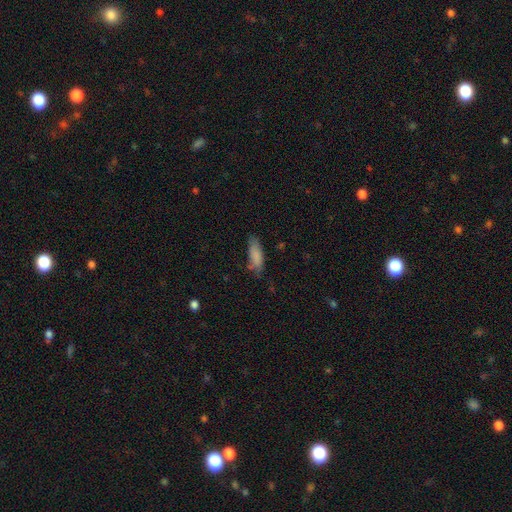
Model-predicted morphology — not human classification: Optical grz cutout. It shows a smooth galaxy with no disk features (83%) that is in between round and cigar-shaped (64%). Merging: none (62%).